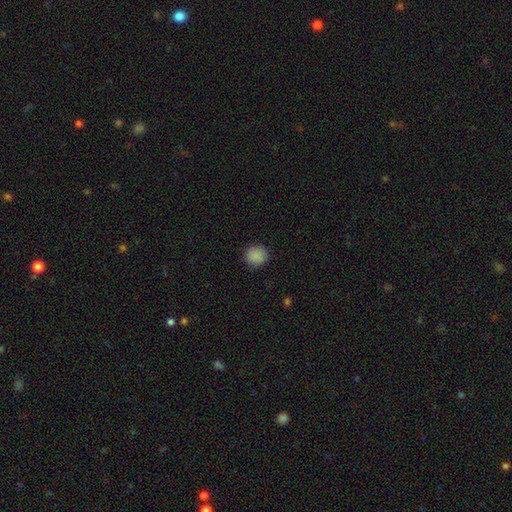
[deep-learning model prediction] A smooth galaxy with no disk features (88%) that is round (89%).

Vote fractions:
- Smooth or featured? smooth: 88% / star or artifact: 9% / featured or disk: 3%
- How rounded? round: 89% / in between: 10% / cigar-shaped: 1%
- Merging? none: 90% / minor disturbance: 7% / major disturbance: 2% / merger: 1%